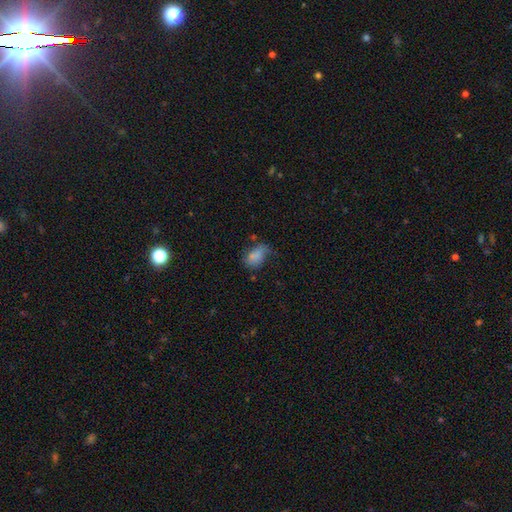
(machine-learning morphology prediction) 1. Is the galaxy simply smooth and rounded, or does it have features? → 74% smooth, 16% featured or disk, 11% star or artifact.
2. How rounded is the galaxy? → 87% in between, 11% round, 2% cigar-shaped.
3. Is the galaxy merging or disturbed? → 35% none, 33% minor disturbance, 25% major disturbance, 6% merger.